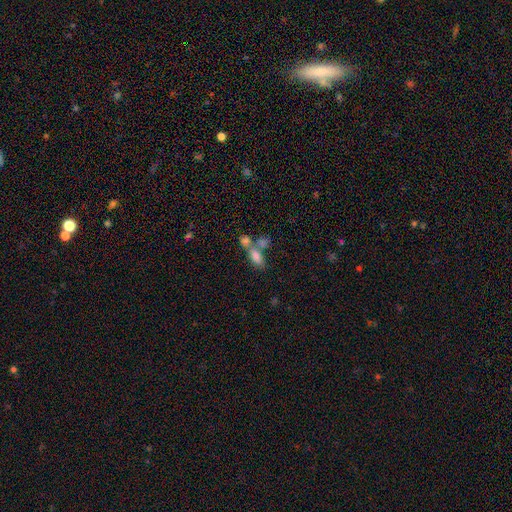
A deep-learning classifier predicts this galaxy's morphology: A smooth galaxy with no disk features (76%) that is in between round and cigar-shaped (85%).

Vote fractions:
- Smooth or featured? smooth: 76% / featured or disk: 13% / star or artifact: 10%
- How rounded? in between: 85% / cigar-shaped: 8% / round: 7%
- Merging? merger: 53% / none: 32% / minor disturbance: 9% / major disturbance: 6%